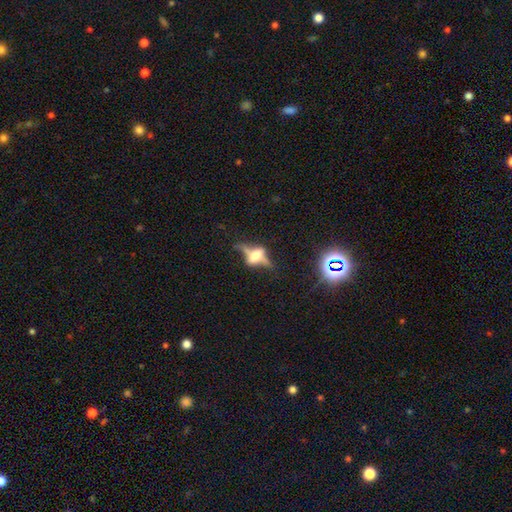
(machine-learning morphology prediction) This appears to be a featured or disk galaxy (68%) viewed edge-on (78%) with a rounded central bulge (87%). Merging: none (51%).